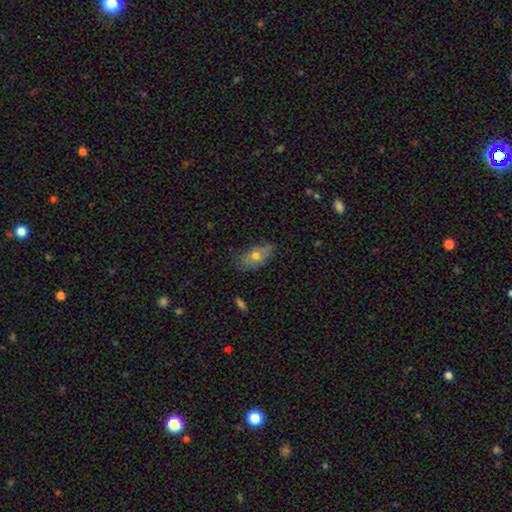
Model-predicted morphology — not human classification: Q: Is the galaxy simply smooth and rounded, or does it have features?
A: smooth — 67%.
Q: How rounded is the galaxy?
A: in between — 87%.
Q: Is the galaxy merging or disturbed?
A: none — 66%.